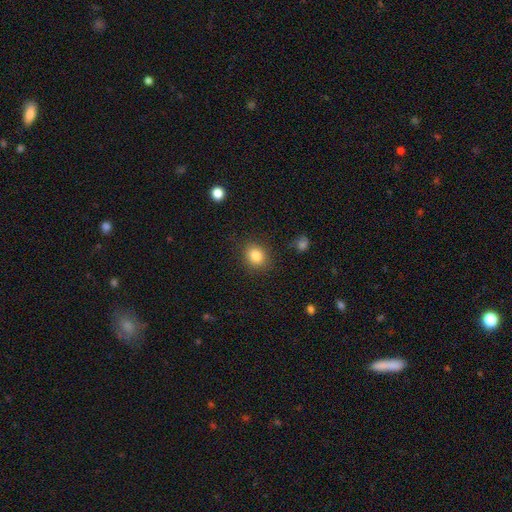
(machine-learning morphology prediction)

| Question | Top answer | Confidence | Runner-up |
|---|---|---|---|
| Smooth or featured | smooth | 84% | star or artifact (10%) |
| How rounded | round | 66% | in between (33%) |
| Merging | none | 86% | minor disturbance (9%) |